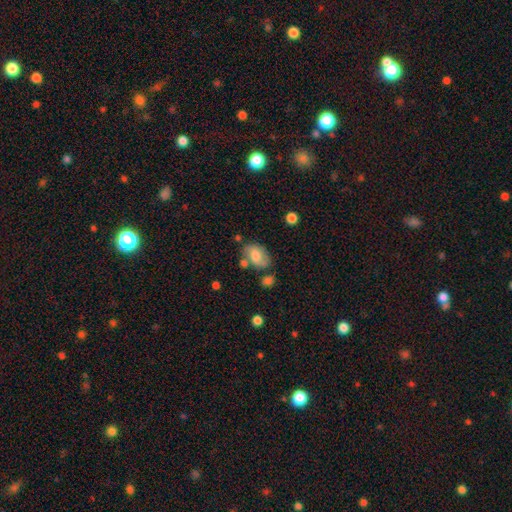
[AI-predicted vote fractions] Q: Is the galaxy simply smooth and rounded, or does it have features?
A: smooth — 65%.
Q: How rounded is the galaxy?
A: in between — 85%.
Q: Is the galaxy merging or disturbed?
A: none — 58%.